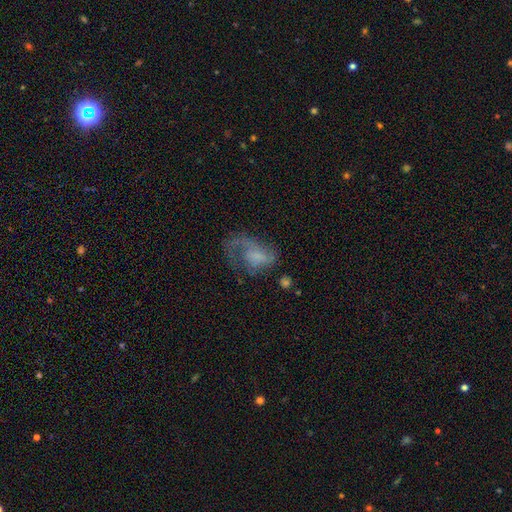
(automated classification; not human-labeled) smooth-or-featured: featured or disk: 60% | smooth: 30% | star or artifact: 10%
  disk-edge-on: no: 97% | yes: 3%
    bar: no: 68% | weak: 27% | strong: 5%
    has-spiral-arms: yes: 76% | no: 24%
    bulge-size: none: 47% | small: 24% | moderate: 19% | large: 9% | dominant: 2%
  merging: major disturbance: 44% | none: 33% | minor disturbance: 19% | merger: 4%